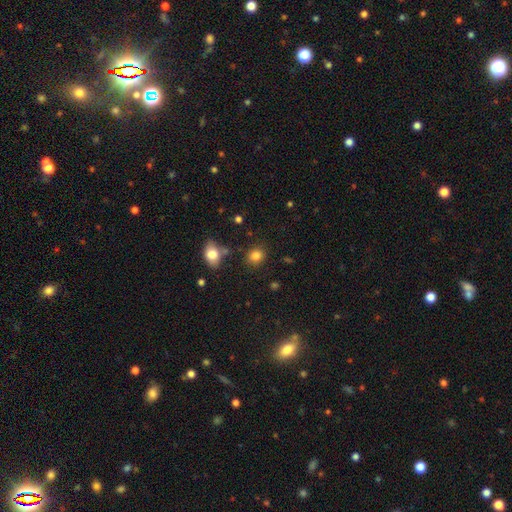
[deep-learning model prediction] The model was most divided on "how rounded": round: 71%, in between: 27%, cigar-shaped: 1%. More confident: smooth or featured — smooth (84%); merging — none (82%).